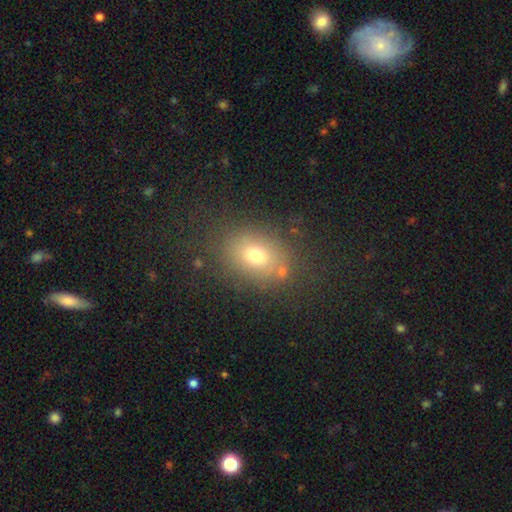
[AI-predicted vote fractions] Q: Smooth or featured?
A: smooth (71%); runner-up: star or artifact (15%)
Q: How rounded?
A: in between (56%); runner-up: round (43%)
Q: Merging?
A: none (77%); runner-up: minor disturbance (12%)